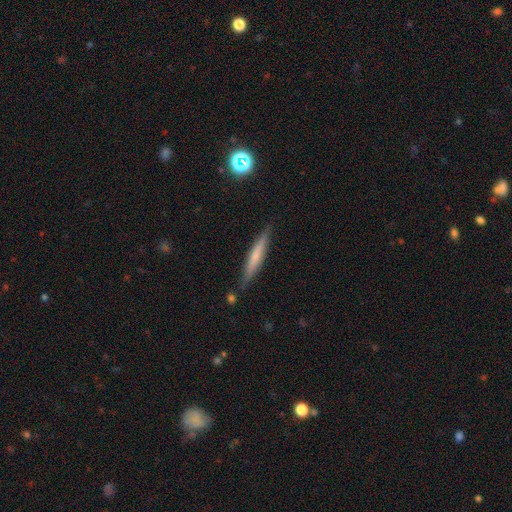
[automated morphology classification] Smooth or featured?
  - smooth: 54% *
  - featured or disk: 38%
  - star or artifact: 7%
How rounded?
  - cigar-shaped: 93% *
  - in between: 5%
  - round: 1%
Merging?
  - none: 85% *
  - minor disturbance: 11%
  - merger: 2%
  - major disturbance: 2%